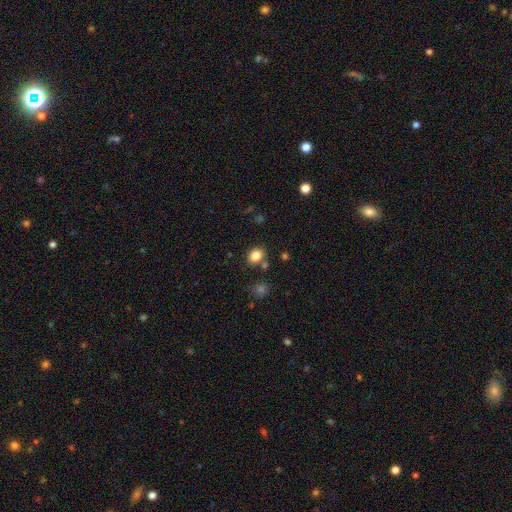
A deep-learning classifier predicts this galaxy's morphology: This is clearly a smooth galaxy (83%). How rounded: possibly in between (53%). Merging: likely none (78%).